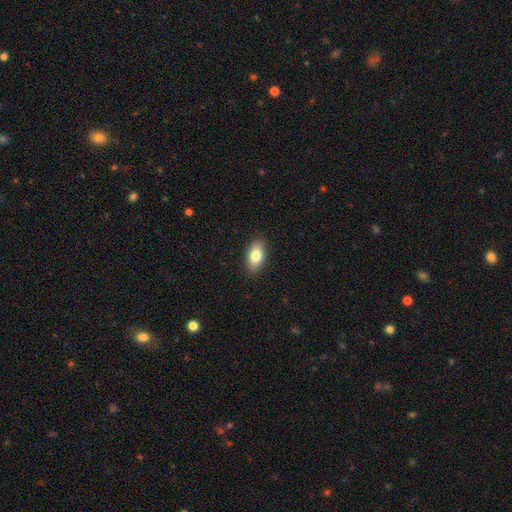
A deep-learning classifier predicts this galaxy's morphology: smooth_or_featured: smooth (p=0.82) [alt: featured or disk p=0.11]
how_rounded: in between (p=0.91) [alt: round p=0.05]
merging: none (p=0.88) [alt: minor disturbance p=0.09]